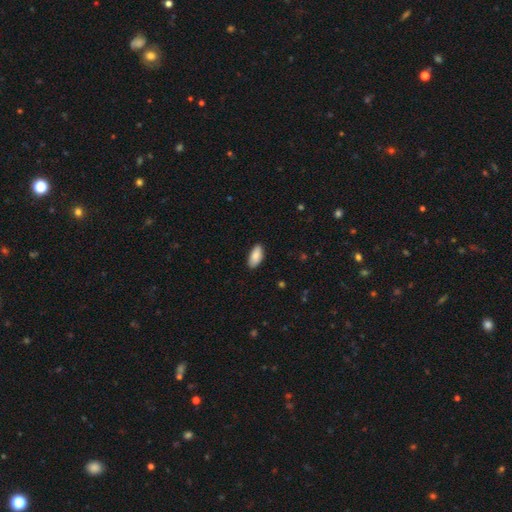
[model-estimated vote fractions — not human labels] Smooth or featured?
  - smooth: 85% *
  - featured or disk: 9%
  - star or artifact: 6%
How rounded?
  - in between: 90% *
  - cigar-shaped: 8%
  - round: 2%
Merging?
  - none: 85% *
  - minor disturbance: 12%
  - major disturbance: 2%
  - merger: 1%